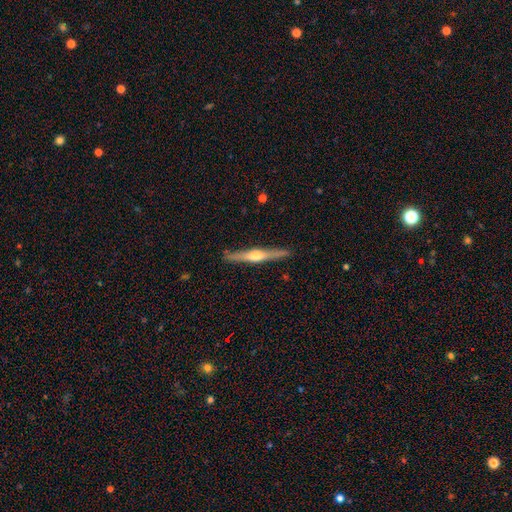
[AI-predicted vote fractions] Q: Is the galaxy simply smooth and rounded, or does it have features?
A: featured or disk — 74%.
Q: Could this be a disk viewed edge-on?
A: yes — 98%.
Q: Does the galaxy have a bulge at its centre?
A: rounded — 90%.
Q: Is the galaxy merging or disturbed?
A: none — 90%.